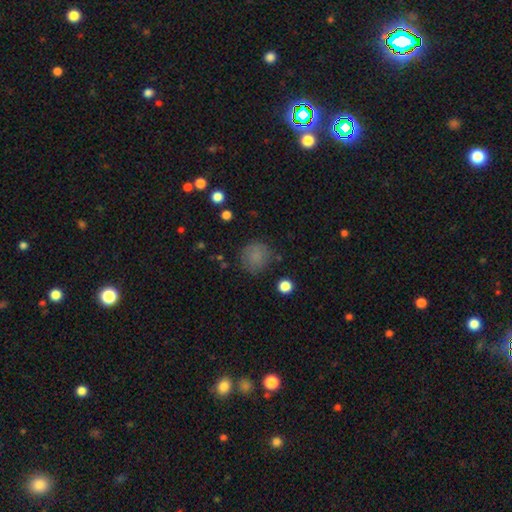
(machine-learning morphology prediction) A smooth galaxy with no disk features (80%) that is round (88%). Merging: none (76%).